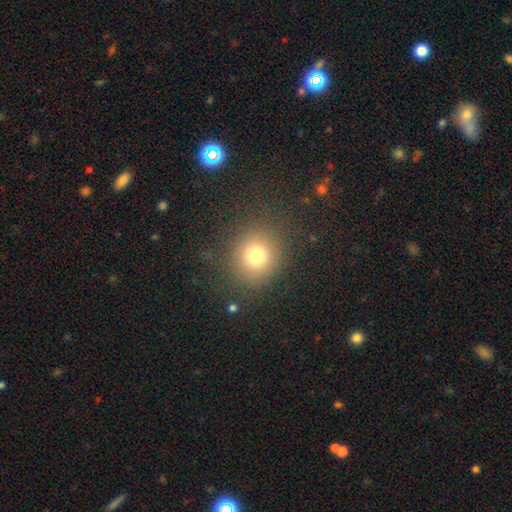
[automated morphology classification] smooth 75%, star or artifact 15%, featured or disk 9%. Down the decision tree: how rounded — round (85%); merging — none (85%).